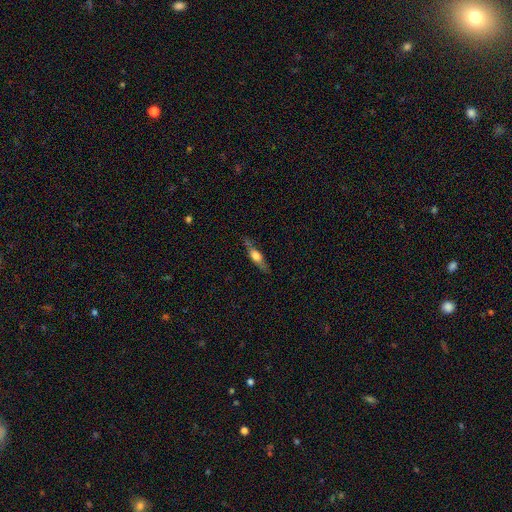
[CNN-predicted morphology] This appears to be a featured or disk galaxy (54%) viewed edge-on (90%). Merging: none (79%).